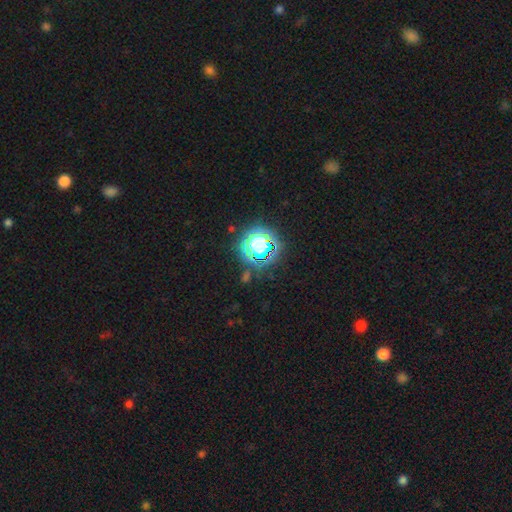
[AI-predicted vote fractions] star or artifact 77%, smooth 16%, featured or disk 7%.